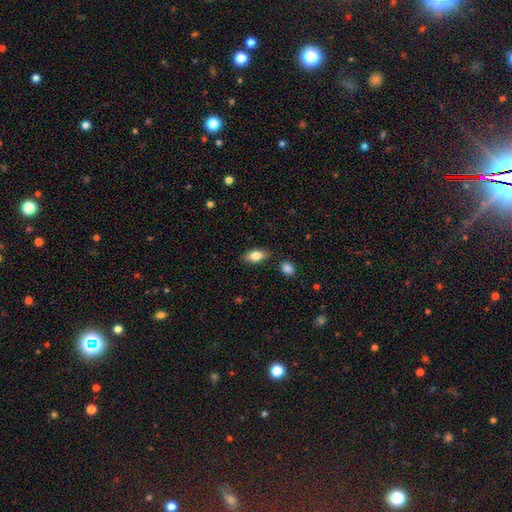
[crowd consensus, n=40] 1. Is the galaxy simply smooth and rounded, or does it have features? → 85% smooth, 10% star or artifact, 5% featured or disk.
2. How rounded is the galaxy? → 88% in between, 12% round, 0% cigar-shaped.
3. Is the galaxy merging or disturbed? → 92% none, 8% minor disturbance, 0% major disturbance, 0% merger.